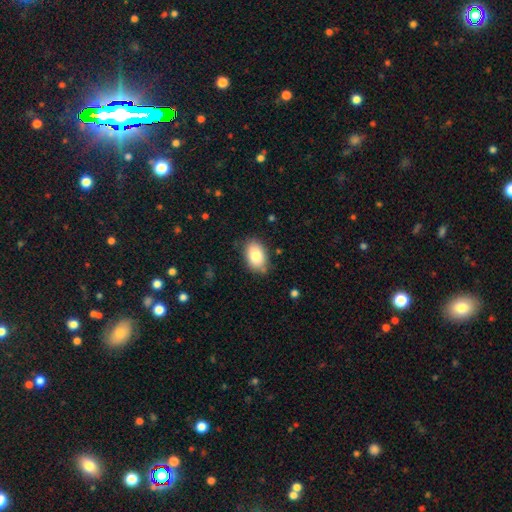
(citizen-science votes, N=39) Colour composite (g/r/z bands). It shows a smooth galaxy with no disk features (87%) that is in between round and cigar-shaped (94%). Merging: none (86%).